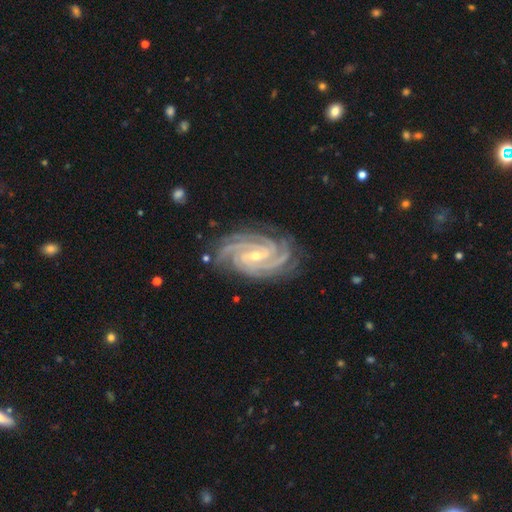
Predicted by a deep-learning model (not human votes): smooth-or-featured: featured or disk: 93% | star or artifact: 4% | smooth: 2%
  disk-edge-on: no: 97% | yes: 3%
    bar: weak: 42% | strong: 33% | no: 25%
    has-spiral-arms: yes: 99% | no: 1%
      spiral-winding: tight: 78% | medium: 20% | loose: 2%
      spiral-arm-count: 4: 43% | 3: 21% | more than 4: 14% | can't tell: 8% | 2: 8% | 1: 6%
    bulge-size: small: 65% | moderate: 32% | none: 1% | large: 1% | dominant: 1%
  merging: none: 82% | minor disturbance: 13% | major disturbance: 3% | merger: 1%